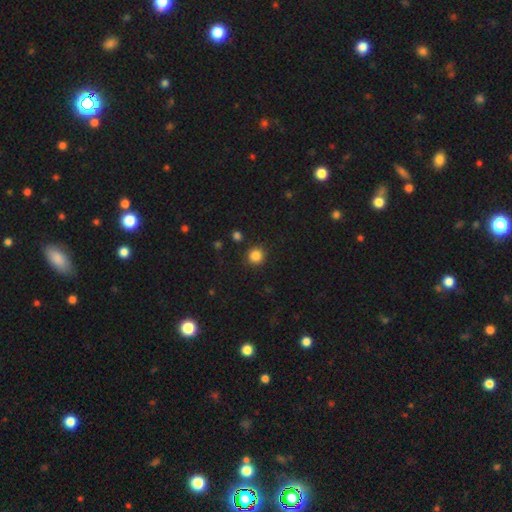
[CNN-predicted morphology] This appears to be a smooth galaxy with no disk features (85%) that is round (93%). Merging: none (90%).